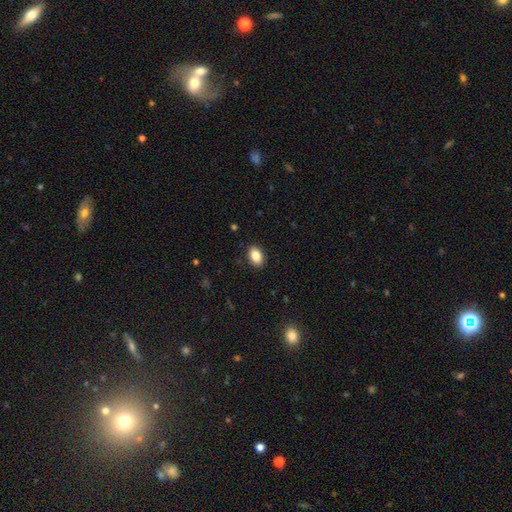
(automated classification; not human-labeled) smooth-or-featured: smooth: 86% | star or artifact: 8% | featured or disk: 5%
  how-rounded: in between: 85% | round: 13% | cigar-shaped: 1%
  merging: none: 89% | minor disturbance: 8% | major disturbance: 2% | merger: 1%